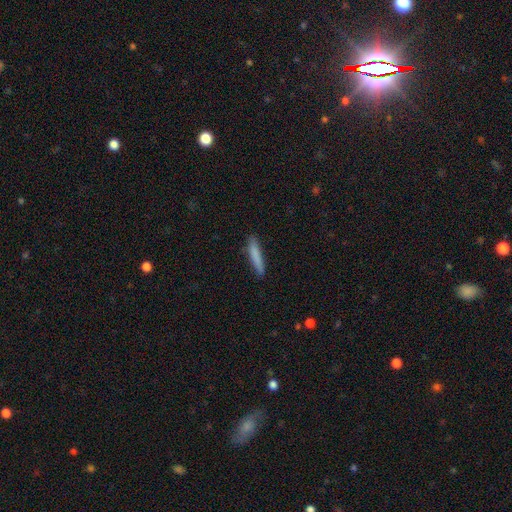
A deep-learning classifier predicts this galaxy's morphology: smooth_or_featured: smooth (p=0.81) [alt: featured or disk p=0.13]
how_rounded: cigar-shaped (p=0.91) [alt: in between p=0.07]
merging: none (p=0.85) [alt: minor disturbance p=0.11]